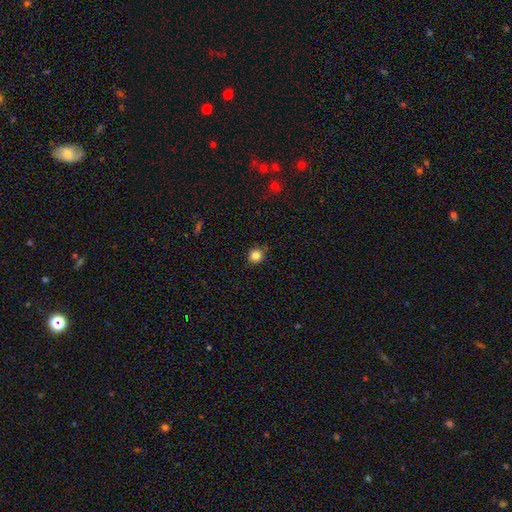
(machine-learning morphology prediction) This appears to be a smooth galaxy with no disk features (84%) that is round (90%). Merging: none (85%).